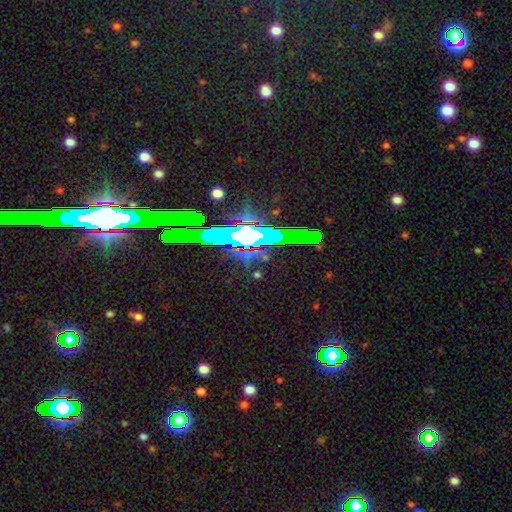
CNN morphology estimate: type=star or artifact (68%).